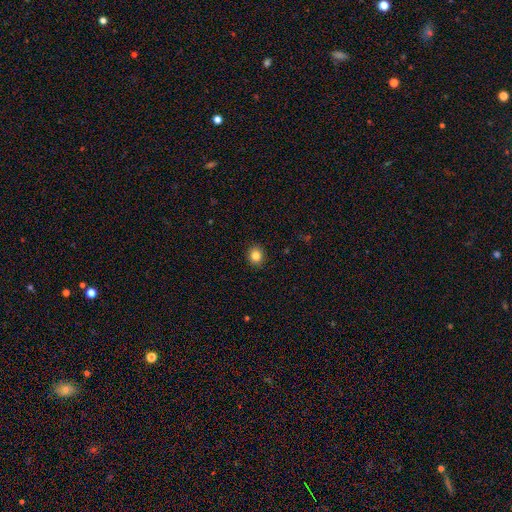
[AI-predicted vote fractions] A smooth galaxy with no disk features (83%) that is round (76%). Merging: none (92%).